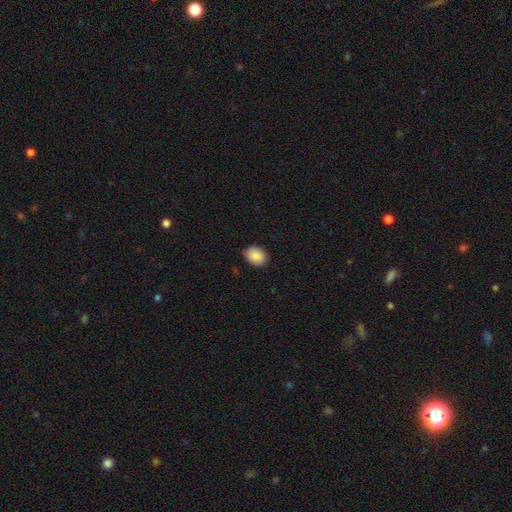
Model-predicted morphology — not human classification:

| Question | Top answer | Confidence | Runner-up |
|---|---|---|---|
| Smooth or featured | smooth | 89% | star or artifact (8%) |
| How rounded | in between | 59% | round (40%) |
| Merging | none | 86% | minor disturbance (11%) |